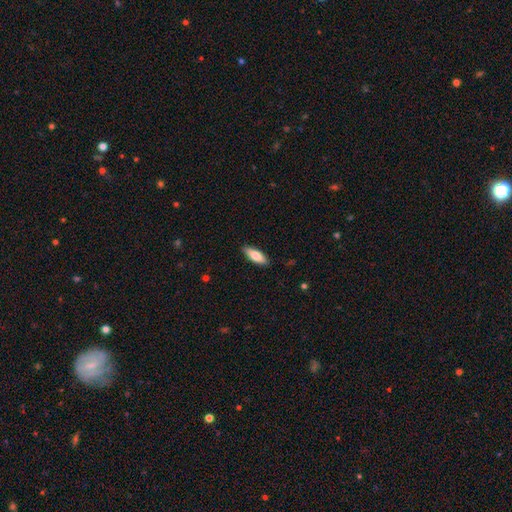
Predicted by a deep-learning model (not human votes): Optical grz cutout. It shows a smooth galaxy with no disk features (78%) that is in between round and cigar-shaped (63%). Merging: none (88%).